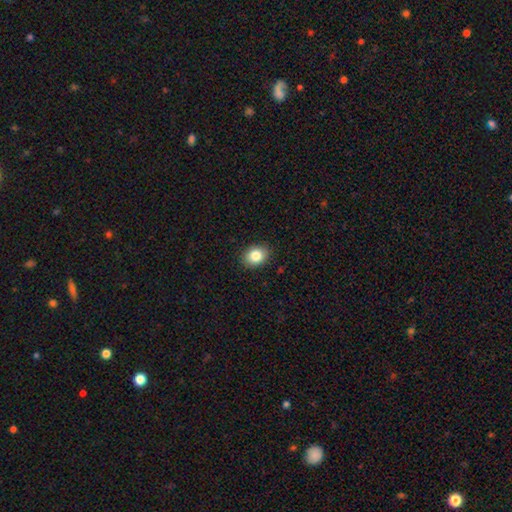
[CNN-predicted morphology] This appears to be a smooth galaxy with no disk features (84%) that is in between round and cigar-shaped (56%). Merging: none (89%).